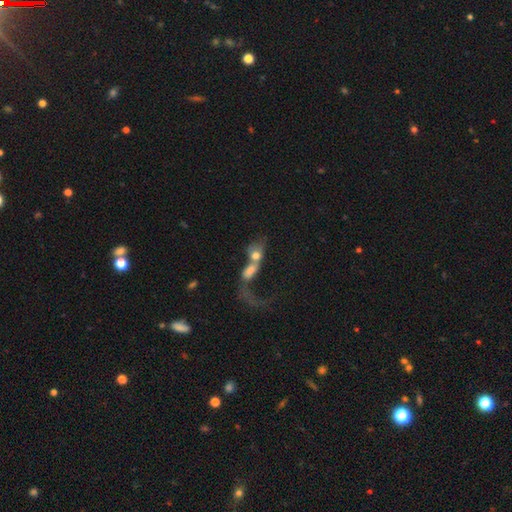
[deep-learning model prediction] Overall: smooth (53%; featured or disk 37%). How rounded: in between (61%; round 30%). Merging: merger (74%).